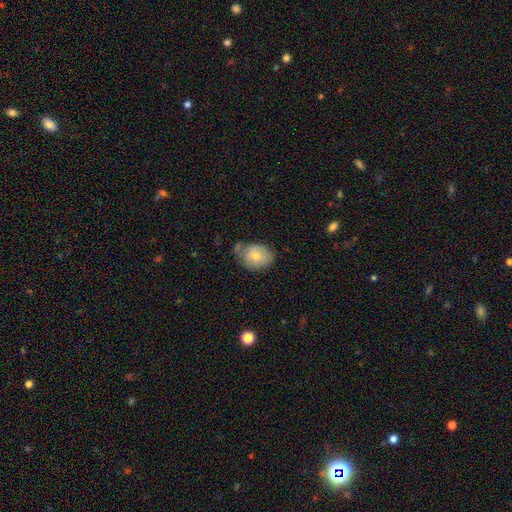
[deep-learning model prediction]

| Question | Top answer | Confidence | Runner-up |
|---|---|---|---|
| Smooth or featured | smooth | 74% | featured or disk (19%) |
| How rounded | in between | 60% | round (39%) |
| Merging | none | 54% | minor disturbance (29%) |